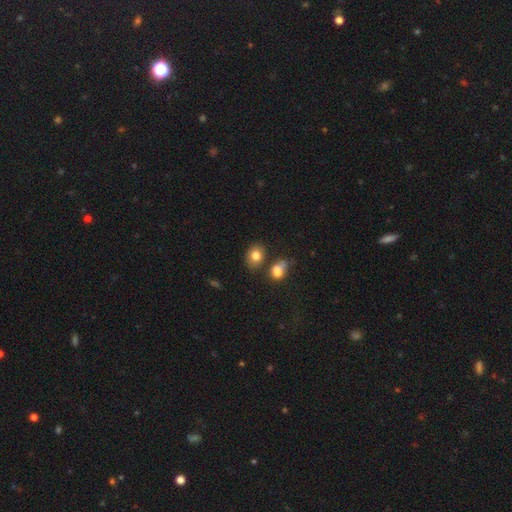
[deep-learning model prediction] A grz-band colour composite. It shows a smooth galaxy with no disk features (81%) that is in between round and cigar-shaped (56%). Merging: none (65%).